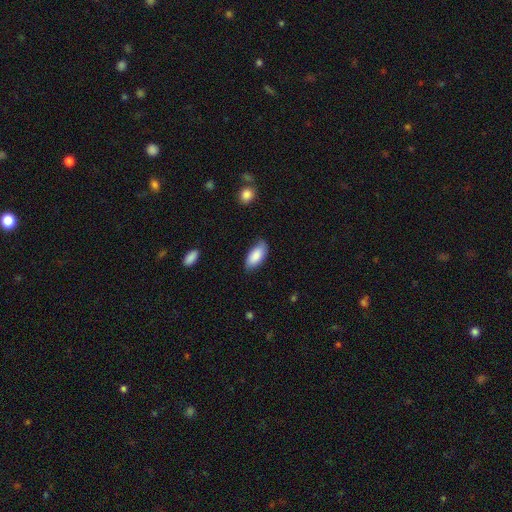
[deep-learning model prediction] Smooth or featured: smooth — 85% (featured or disk — 8%)
How rounded: in between — 92% (cigar-shaped — 6%)
Merging: none — 75% (minor disturbance — 20%)